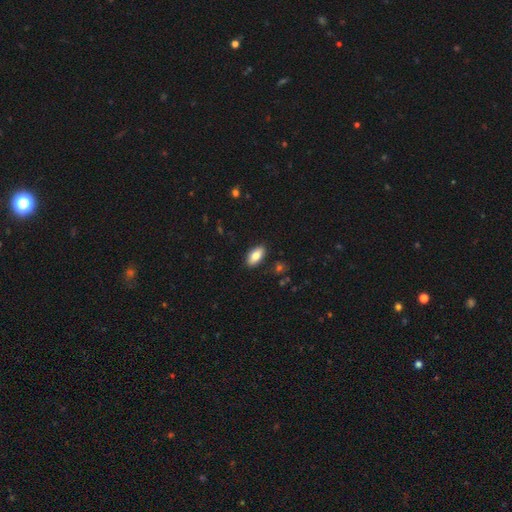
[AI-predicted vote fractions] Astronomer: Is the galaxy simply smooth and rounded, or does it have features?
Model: smooth — 79%.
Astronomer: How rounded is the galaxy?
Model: in between — 90%.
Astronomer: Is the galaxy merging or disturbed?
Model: none — 88%.